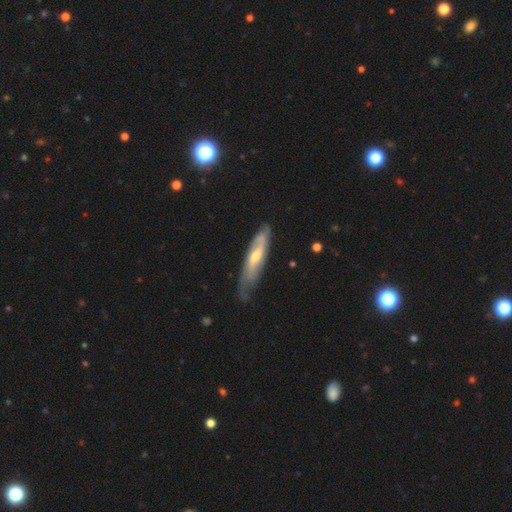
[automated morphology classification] This appears to be a featured or disk galaxy (70%). Merging: none (64%).